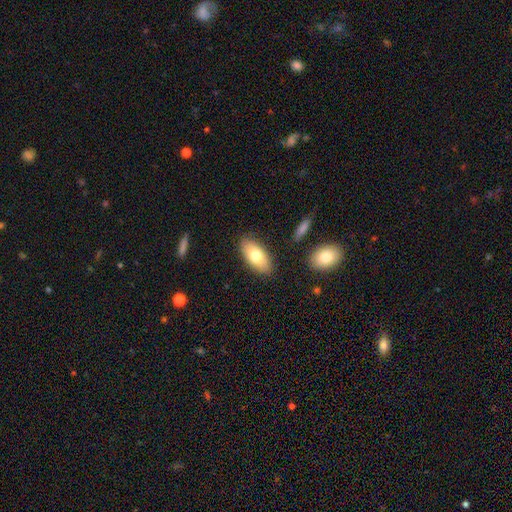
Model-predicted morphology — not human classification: Q: Smooth or featured?
A: smooth (73%); runner-up: featured or disk (21%)
Q: How rounded?
A: in between (90%); runner-up: cigar-shaped (7%)
Q: Merging?
A: none (86%); runner-up: minor disturbance (10%)